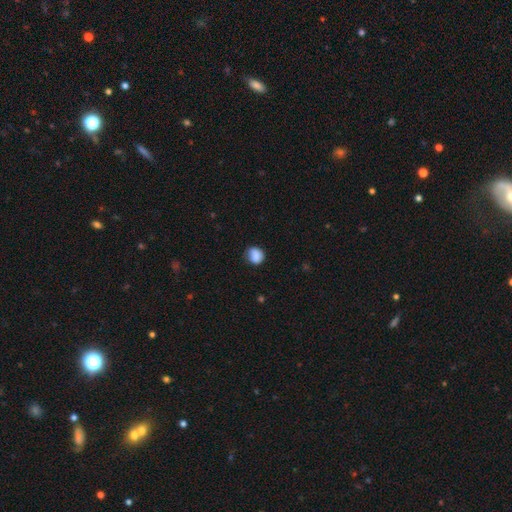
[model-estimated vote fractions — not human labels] Overall: smooth (83%). How rounded: round (70%). Merging: none (66%; minor disturbance 26%).